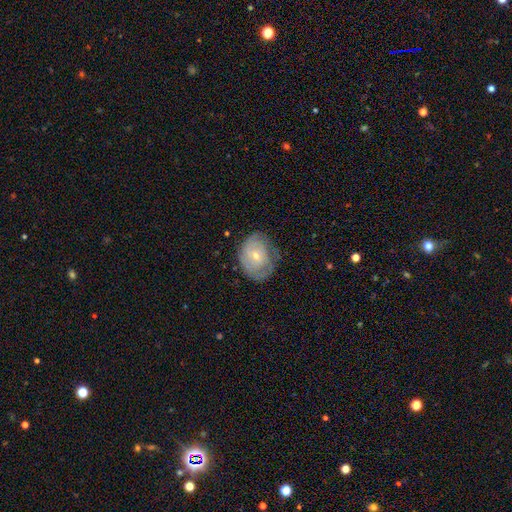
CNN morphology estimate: Smooth or featured? featured or disk (63%)
Edge-on disk? no (96%)
Bar? no (70%)
Spiral arms? yes (78%)
Bulge size? small (63%)
Merging? none (65%)